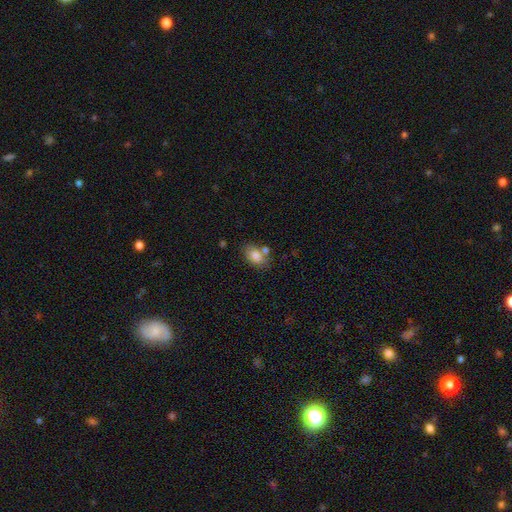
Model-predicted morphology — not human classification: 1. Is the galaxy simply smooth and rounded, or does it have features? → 82% smooth, 9% featured or disk, 9% star or artifact.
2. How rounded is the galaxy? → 81% in between, 18% round, 1% cigar-shaped.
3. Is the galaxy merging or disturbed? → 61% none, 18% merger, 16% minor disturbance, 5% major disturbance.